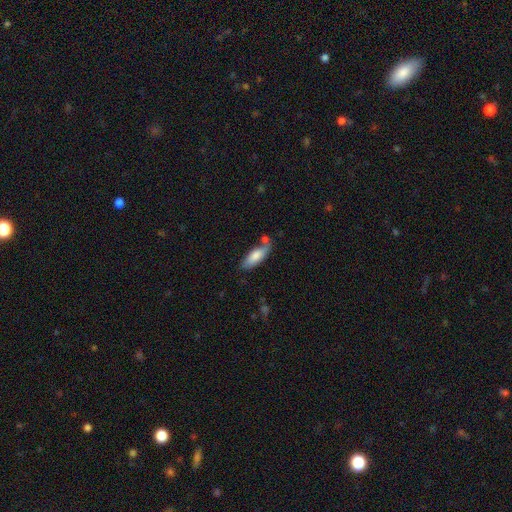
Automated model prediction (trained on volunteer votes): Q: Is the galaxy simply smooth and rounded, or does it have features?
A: smooth — 77%.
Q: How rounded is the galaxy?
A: in between — 66%.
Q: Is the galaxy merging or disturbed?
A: none — 53%.